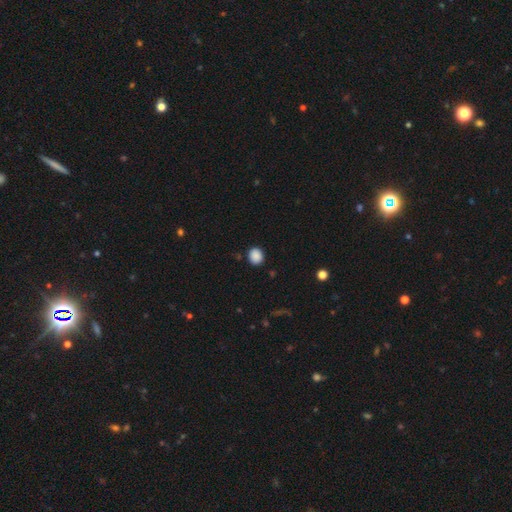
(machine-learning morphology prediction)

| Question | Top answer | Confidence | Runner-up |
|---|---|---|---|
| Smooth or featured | smooth | 88% | star or artifact (9%) |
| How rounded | round | 70% | in between (29%) |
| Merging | none | 88% | minor disturbance (9%) |